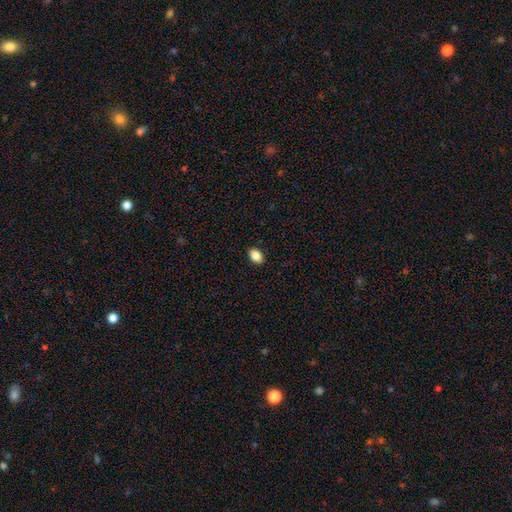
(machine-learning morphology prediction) Smooth or featured? Predicted: smooth (p=0.87). How rounded? Predicted: in between (p=0.86). Merging? Predicted: none (p=0.90).